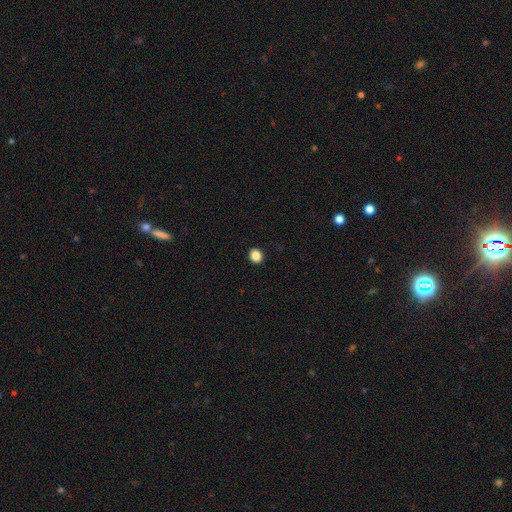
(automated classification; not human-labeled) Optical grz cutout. It shows a smooth galaxy with no disk features (86%) that is round (76%). Merging: none (92%).